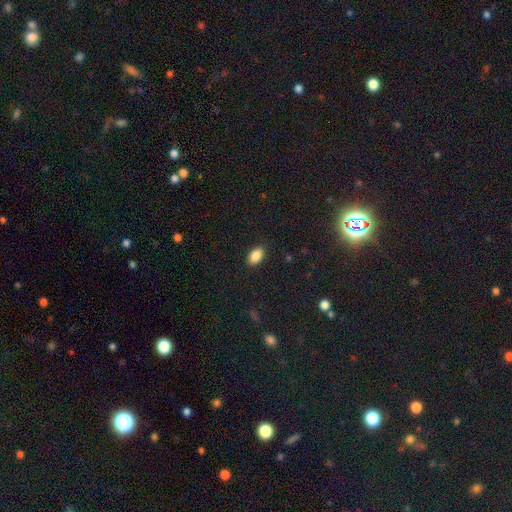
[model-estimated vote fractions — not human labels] The model was most divided on "smooth or featured": smooth: 87%, star or artifact: 8%, featured or disk: 5%. More confident: how rounded — in between (91%); merging — none (89%).